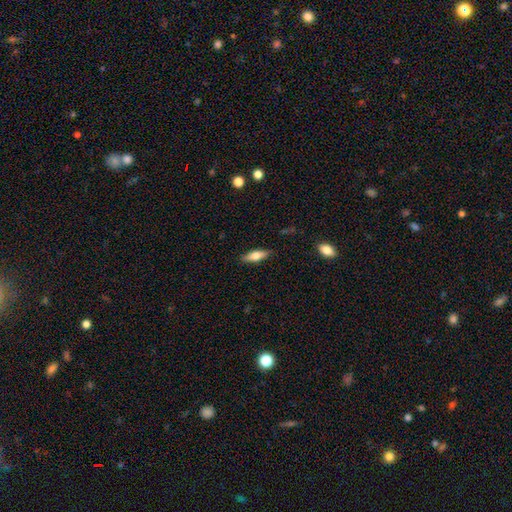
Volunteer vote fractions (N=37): Smooth or featured? smooth (78%)
How rounded? in between (55%)
Merging? none (94%)